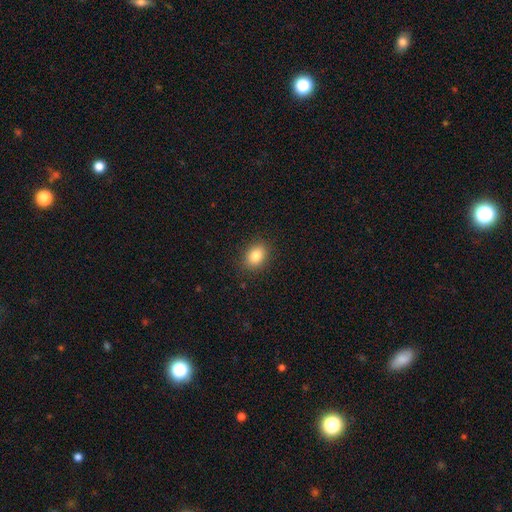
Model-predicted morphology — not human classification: Smooth or featured? smooth (84%)
How rounded? in between (70%)
Merging? none (88%)